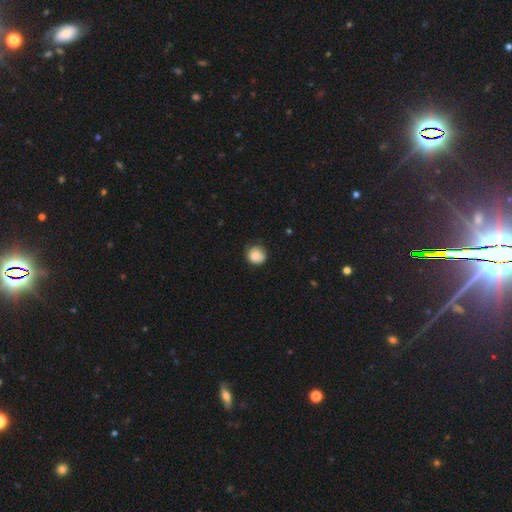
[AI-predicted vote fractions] smooth_or_featured: smooth (p=0.85) [alt: star or artifact p=0.08]
how_rounded: round (p=0.87) [alt: in between p=0.12]
merging: none (p=0.70) [alt: minor disturbance p=0.23]